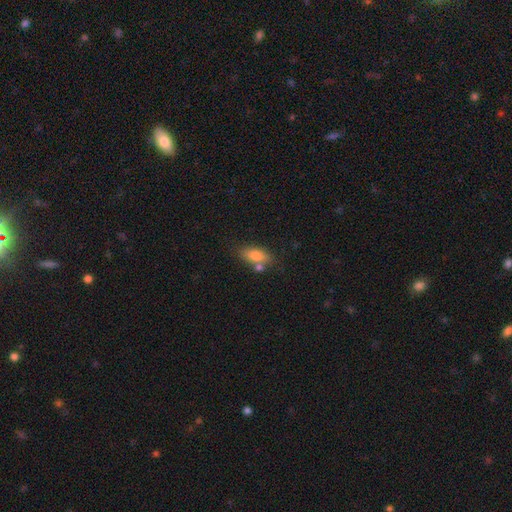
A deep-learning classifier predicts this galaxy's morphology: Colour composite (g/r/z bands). It shows a smooth galaxy with no disk features (79%) that is in between round and cigar-shaped (83%). Merging: none (65%).